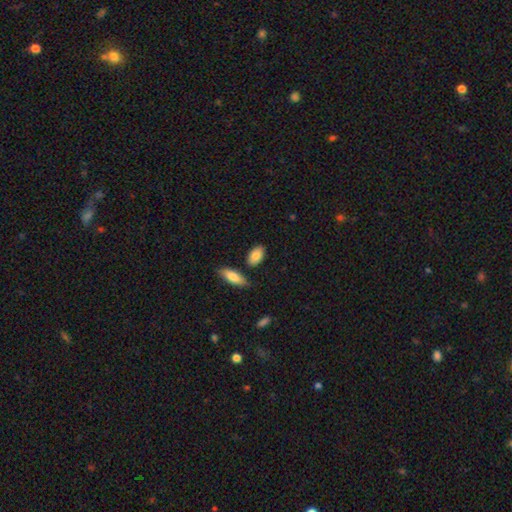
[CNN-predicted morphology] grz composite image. It shows a smooth galaxy with no disk features (86%) that is in between round and cigar-shaped (92%). Merging: none (80%).